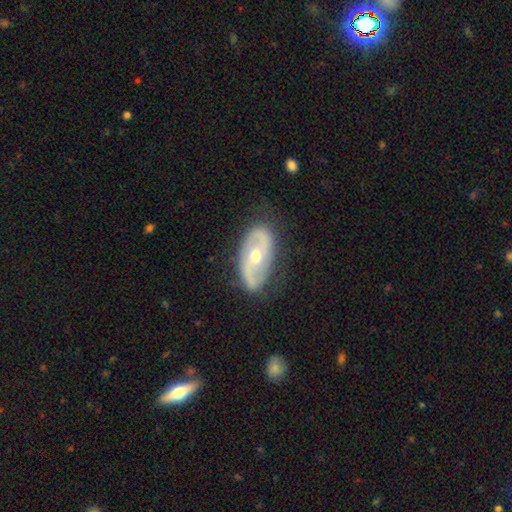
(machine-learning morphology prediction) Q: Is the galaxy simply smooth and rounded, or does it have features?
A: featured or disk — 76%.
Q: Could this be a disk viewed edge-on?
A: no — 93%.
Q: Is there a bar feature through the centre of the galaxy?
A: no — 55%.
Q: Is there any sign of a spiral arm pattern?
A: yes — 79%.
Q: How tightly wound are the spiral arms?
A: loose — 39%, tied with medium.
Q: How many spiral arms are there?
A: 2 — 85%.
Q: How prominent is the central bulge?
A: moderate — 69%.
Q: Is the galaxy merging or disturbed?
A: none — 77%.